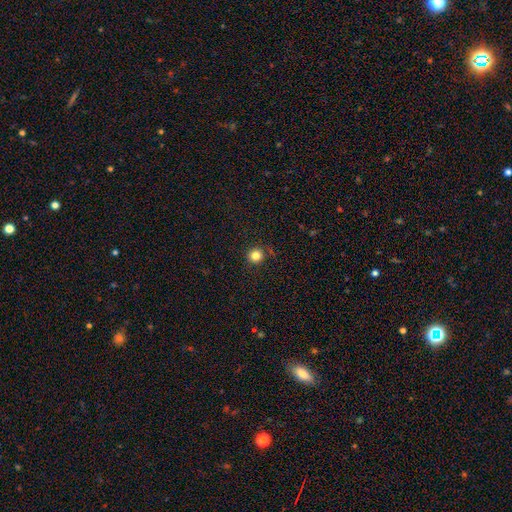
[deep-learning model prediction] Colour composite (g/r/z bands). It shows a smooth galaxy with no disk features (82%) that is round (93%). Merging: none (90%).